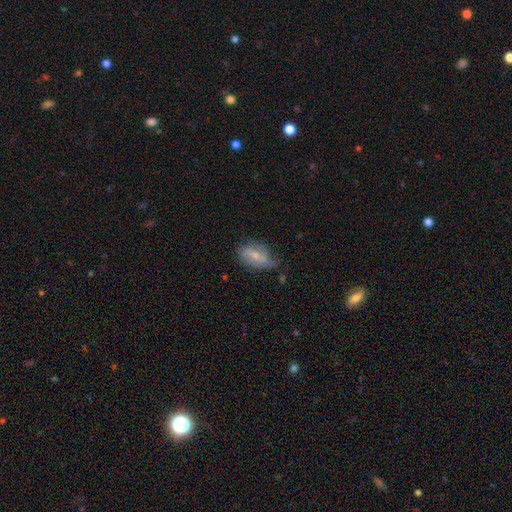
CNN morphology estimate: type=featured or disk (49%); merging=none (50%).